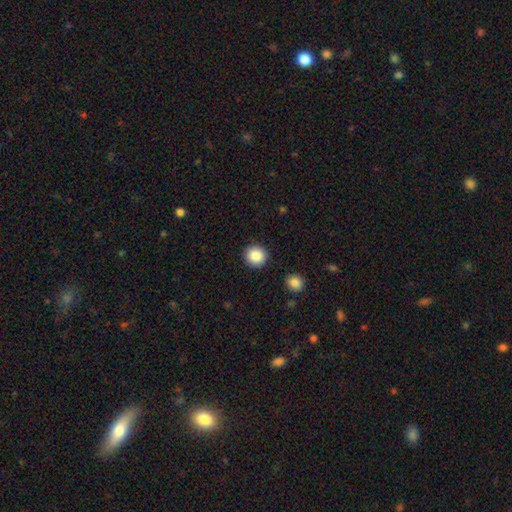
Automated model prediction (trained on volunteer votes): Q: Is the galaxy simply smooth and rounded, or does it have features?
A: smooth — 88%.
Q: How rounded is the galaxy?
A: round — 91%.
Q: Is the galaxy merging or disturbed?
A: none — 91%.